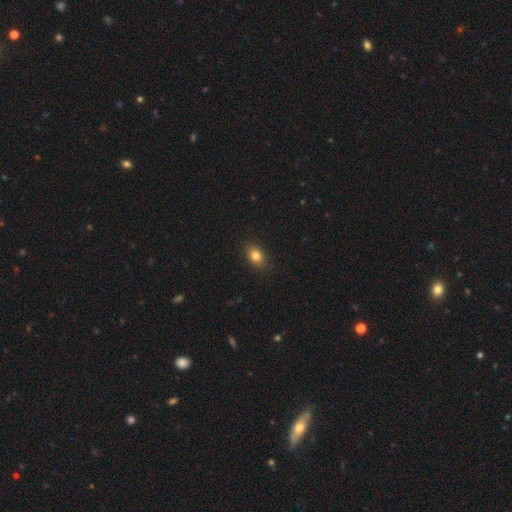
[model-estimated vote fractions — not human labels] smooth_or_featured: smooth (p=0.80) [alt: star or artifact p=0.11]
how_rounded: in between (p=0.68) [alt: round p=0.30]
merging: none (p=0.88) [alt: minor disturbance p=0.09]